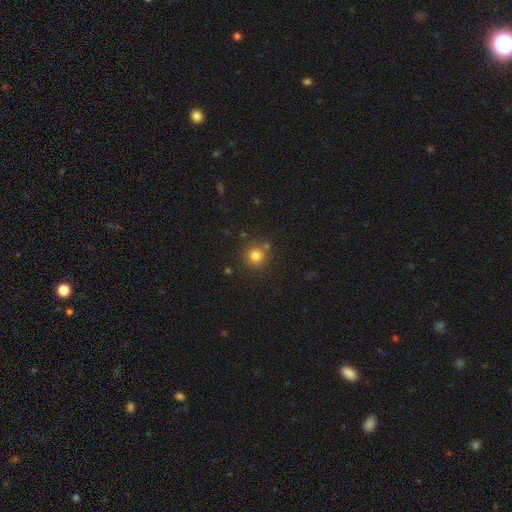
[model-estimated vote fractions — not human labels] A smooth galaxy with no disk features (80%) that is round (94%).

Vote fractions:
- Smooth or featured? smooth: 80% / star or artifact: 13% / featured or disk: 6%
- How rounded? round: 94% / in between: 5% / cigar-shaped: 1%
- Merging? none: 80% / merger: 9% / minor disturbance: 9% / major disturbance: 3%